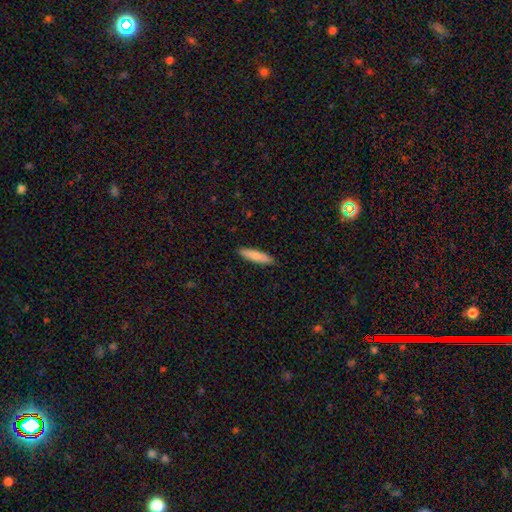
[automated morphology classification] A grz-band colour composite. It shows a smooth galaxy with no disk features (82%) that is cigar-shaped (76%). Merging: none (89%).